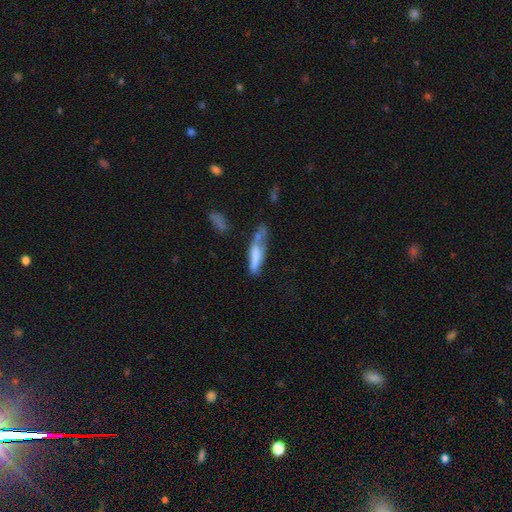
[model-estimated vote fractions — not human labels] Overall: smooth (63%; featured or disk 29%). How rounded: cigar-shaped (68%; in between 31%). Merging: none (28%, tied with minor disturbance).